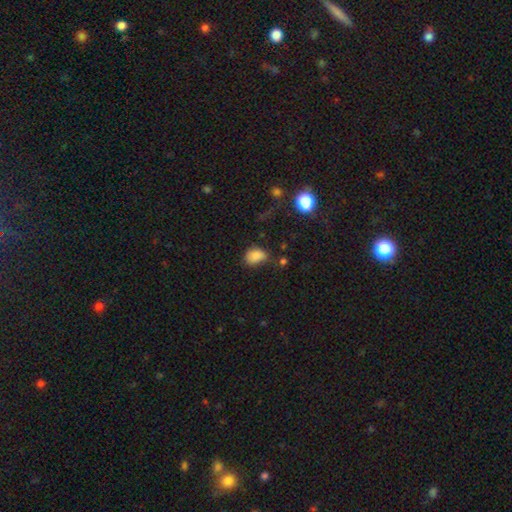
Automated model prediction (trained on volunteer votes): A smooth galaxy with no disk features (83%) that is in between round and cigar-shaped (73%). Merging: none (53%).